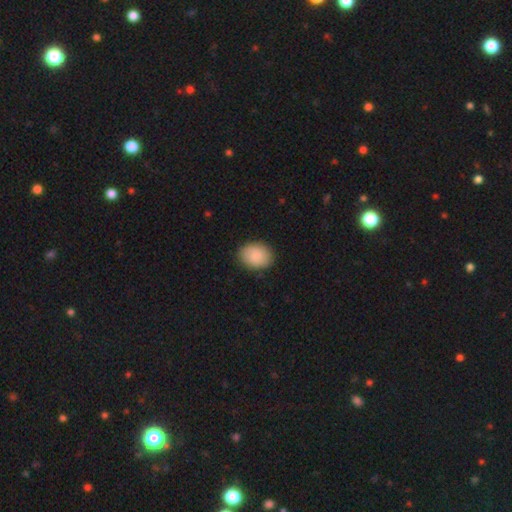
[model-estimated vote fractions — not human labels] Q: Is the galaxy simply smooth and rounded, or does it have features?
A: smooth — 89%.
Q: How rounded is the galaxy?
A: in between — 63%.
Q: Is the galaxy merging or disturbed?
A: none — 87%.